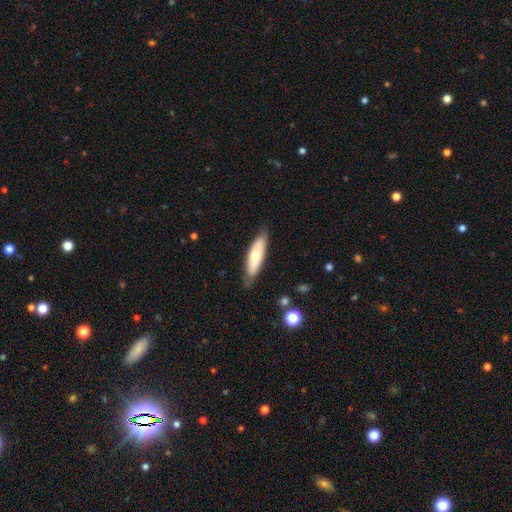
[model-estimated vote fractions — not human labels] Smooth or featured? Predicted: smooth (p=0.59). How rounded? Predicted: cigar-shaped (p=0.54). Merging? Predicted: none (p=0.79).